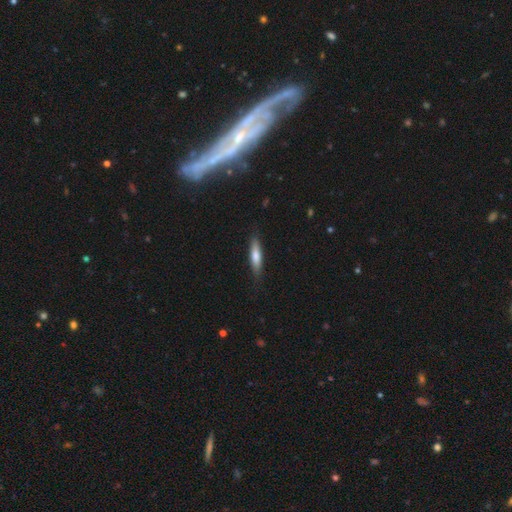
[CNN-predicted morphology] This is likely a smooth galaxy (71%). How rounded: likely cigar-shaped (75%). Merging: clearly none (82%).